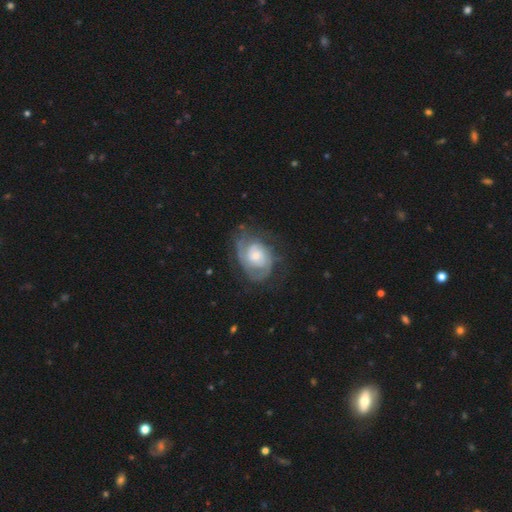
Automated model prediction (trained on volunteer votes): smooth_or_featured: featured or disk (p=0.81) [alt: smooth p=0.14]
disk_edge_on: no (p=0.97) [alt: yes p=0.03]
bar: no (p=0.67) [alt: weak p=0.28]
has_spiral_arms: yes (p=0.93) [alt: no p=0.07]
spiral_winding: tight (p=0.60) [alt: medium p=0.31]
spiral_arm_count: 2 (p=0.43) [alt: can't tell p=0.30]
bulge_size: small (p=0.46) [alt: moderate p=0.42]
merging: none (p=0.60) [alt: minor disturbance p=0.22]